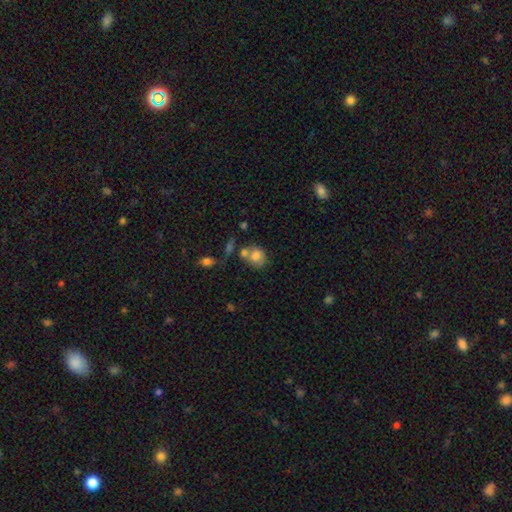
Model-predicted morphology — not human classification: Smooth or featured? smooth (70%)
How rounded? round (55%)
Merging? none (40%)